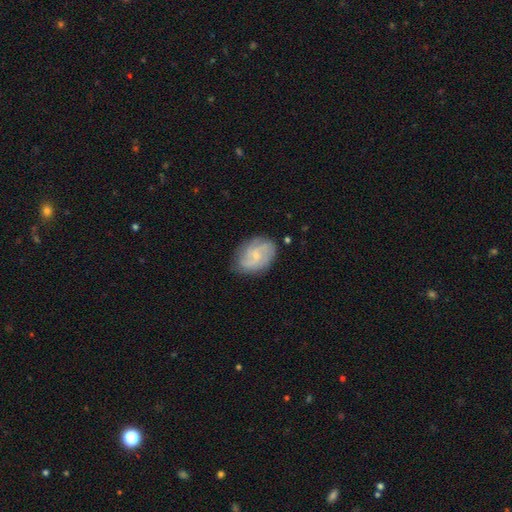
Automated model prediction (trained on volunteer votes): A featured or disk galaxy (69%) with no bar (60%), 2 (30%) medium (43%) spiral arms (91%) and a small central bulge (70%). Merging: none (76%).